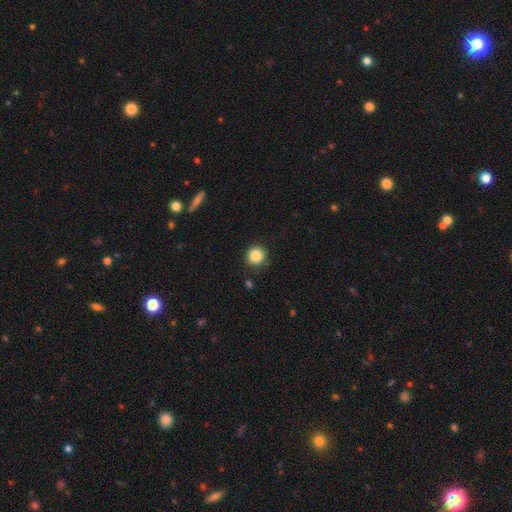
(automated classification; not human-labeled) Smooth or featured?
  - smooth: 85% *
  - star or artifact: 10%
  - featured or disk: 5%
How rounded?
  - round: 94% *
  - in between: 5%
  - cigar-shaped: 1%
Merging?
  - none: 89% *
  - minor disturbance: 8%
  - major disturbance: 2%
  - merger: 2%